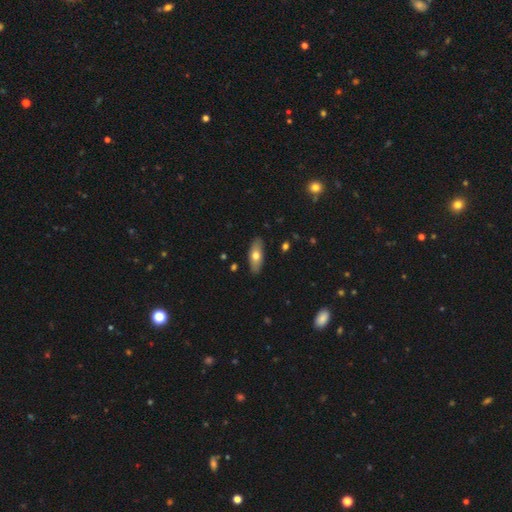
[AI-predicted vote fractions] Overall: smooth (65%; featured or disk 29%). How rounded: in between (74%). Merging: none (88%).